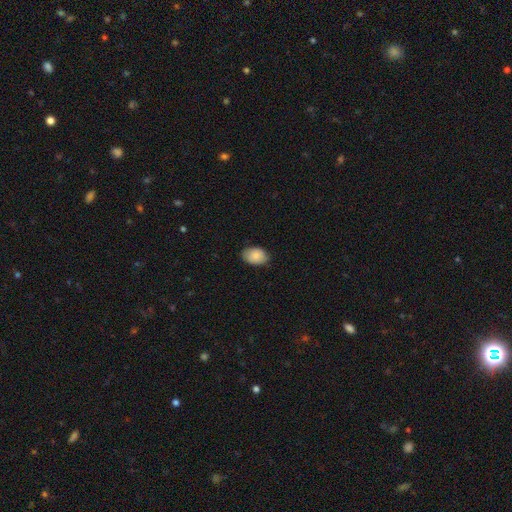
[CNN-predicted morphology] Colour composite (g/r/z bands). It shows a smooth galaxy with no disk features (86%) that is in between round and cigar-shaped (82%). Merging: none (81%).